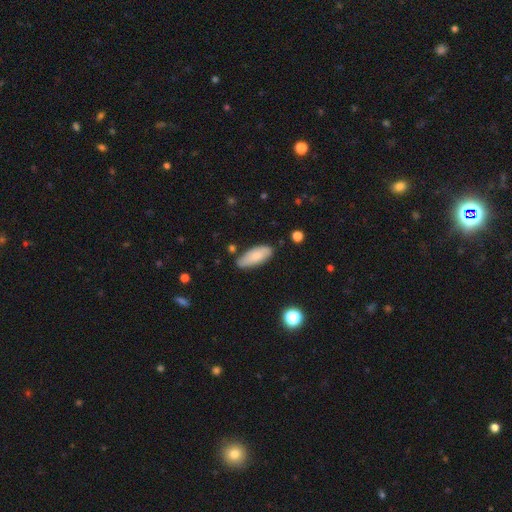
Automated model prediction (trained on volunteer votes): Q: Smooth or featured?
A: smooth (79%); runner-up: featured or disk (15%)
Q: How rounded?
A: in between (78%); runner-up: cigar-shaped (20%)
Q: Merging?
A: none (79%); runner-up: minor disturbance (16%)